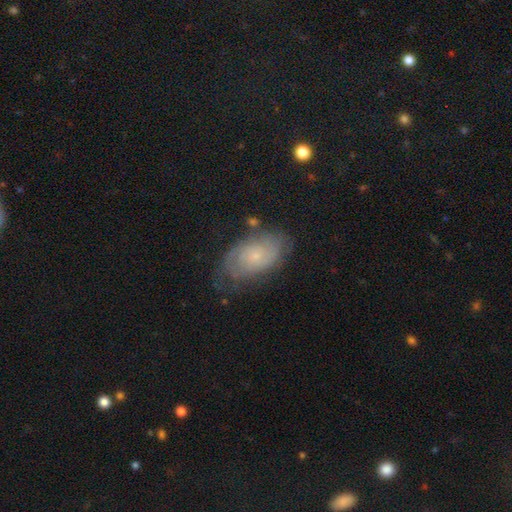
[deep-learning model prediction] This is possibly a featured or disk galaxy (54%). It is clearly not viewed edge-on (95%). Bar: likely no (79%). Spiral arm pattern: likely yes (77%). Central bulge: likely small (74%). Merging: likely none (61%).